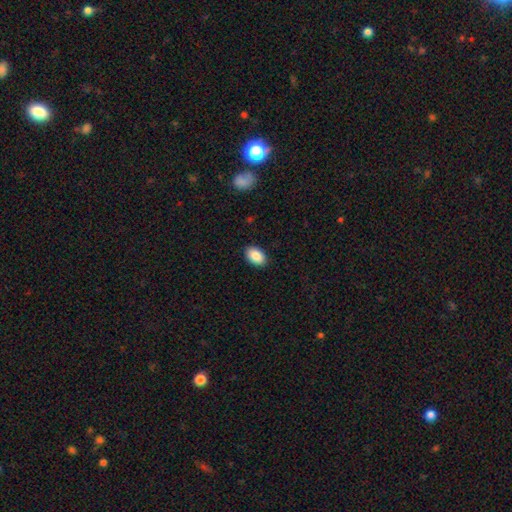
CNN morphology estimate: smooth_or_featured: smooth (p=0.88) [alt: star or artifact p=0.07]
how_rounded: in between (p=0.91) [alt: round p=0.08]
merging: none (p=0.90) [alt: minor disturbance p=0.07]